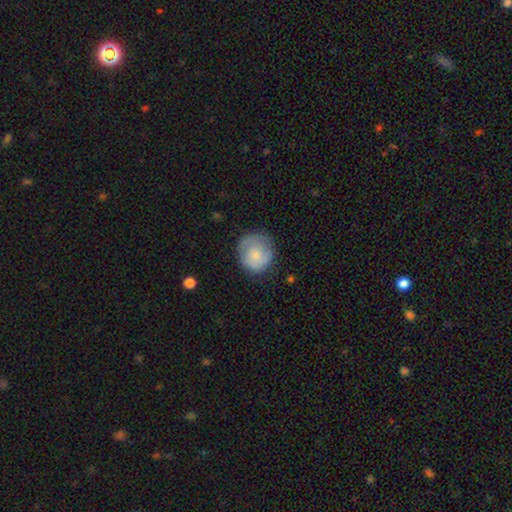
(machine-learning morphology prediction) Smooth or featured: smooth — 70% (featured or disk — 23%)
How rounded: round — 87% (in between — 12%)
Merging: none — 69% (minor disturbance — 23%)